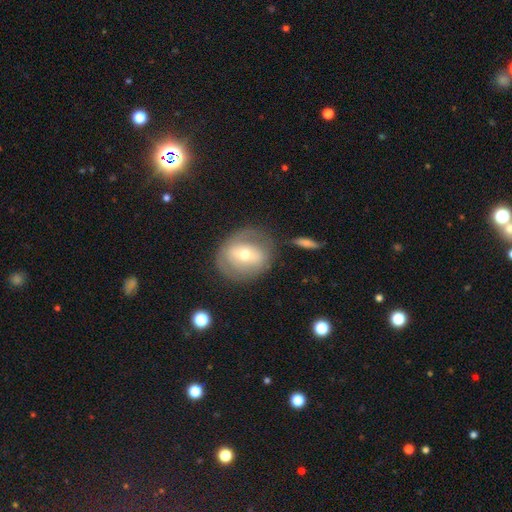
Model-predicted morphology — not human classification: Overall: featured or disk (53%; smooth 40%). Edge-on disk: no (92%). Merging: none (72%).